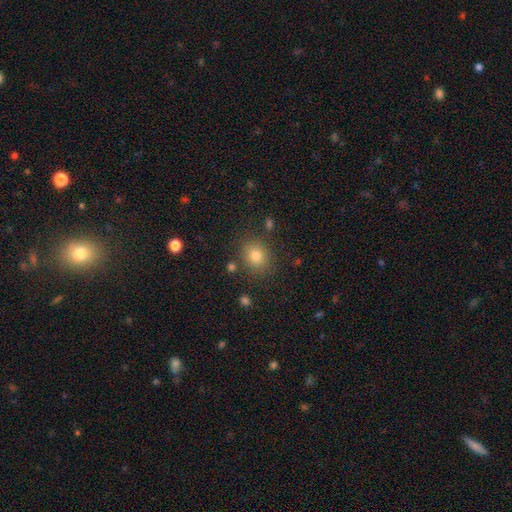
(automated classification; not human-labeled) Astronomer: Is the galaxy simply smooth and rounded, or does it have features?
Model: smooth — 80%.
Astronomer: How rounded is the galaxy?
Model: round — 66%.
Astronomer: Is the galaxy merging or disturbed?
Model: none — 84%.